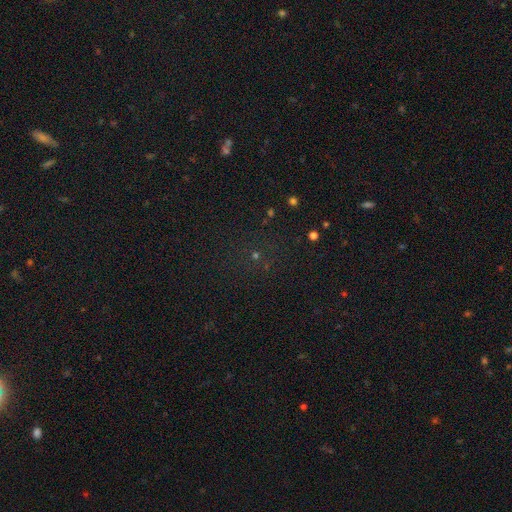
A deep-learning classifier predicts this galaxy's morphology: type=star or artifact (61%).